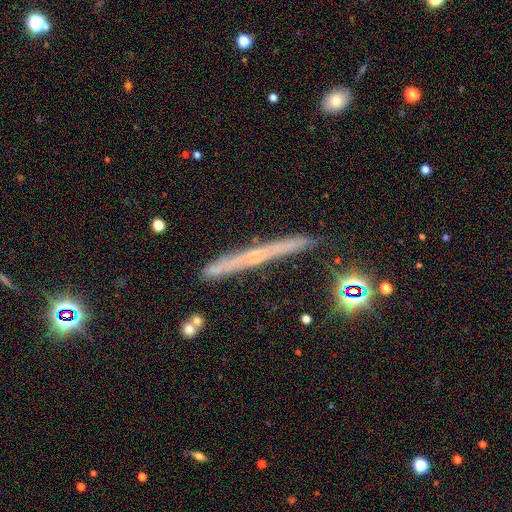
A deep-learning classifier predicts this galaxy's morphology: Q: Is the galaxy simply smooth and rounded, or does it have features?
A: featured or disk — 64%.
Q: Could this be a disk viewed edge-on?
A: yes — 96%.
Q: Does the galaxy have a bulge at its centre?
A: none — 58%.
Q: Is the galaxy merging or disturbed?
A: none — 82%.